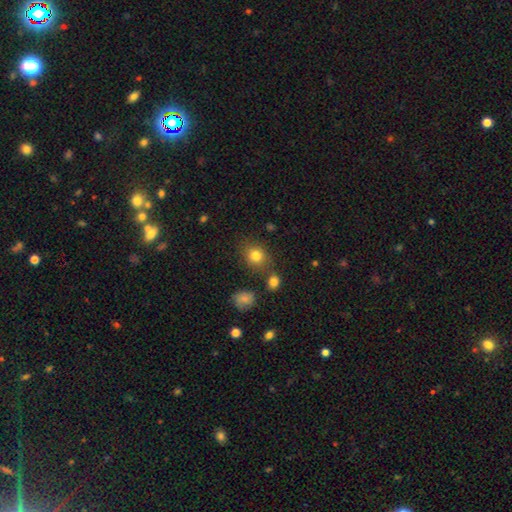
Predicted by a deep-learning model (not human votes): Q: Smooth or featured?
A: smooth (81%); runner-up: star or artifact (12%)
Q: How rounded?
A: round (71%); runner-up: in between (28%)
Q: Merging?
A: none (75%); runner-up: minor disturbance (12%)